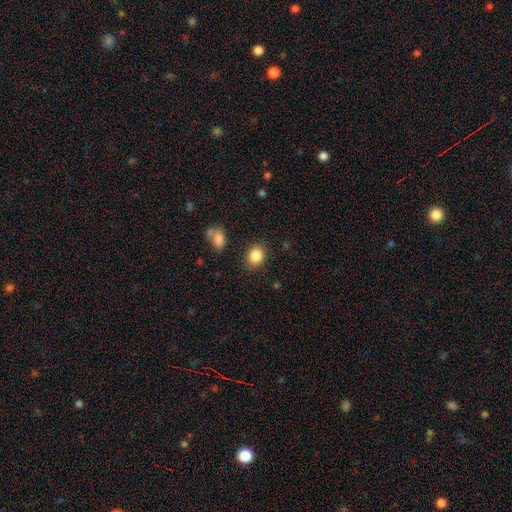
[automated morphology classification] This appears to be a smooth galaxy with no disk features (86%) that is in between round and cigar-shaped (50%). Merging: none (84%).